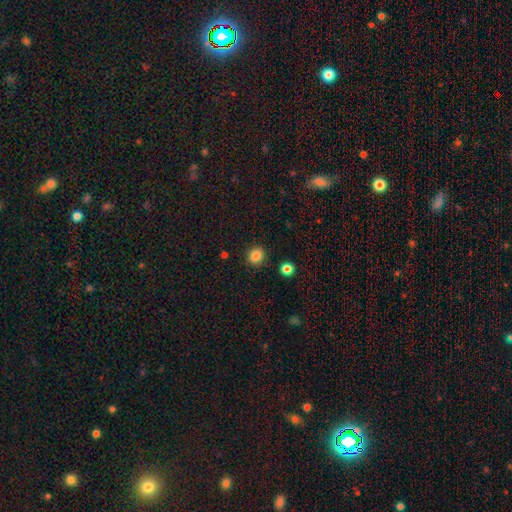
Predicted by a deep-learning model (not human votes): Smooth or featured: smooth — 85% (star or artifact — 11%)
How rounded: round — 79% (in between — 20%)
Merging: none — 88% (minor disturbance — 7%)